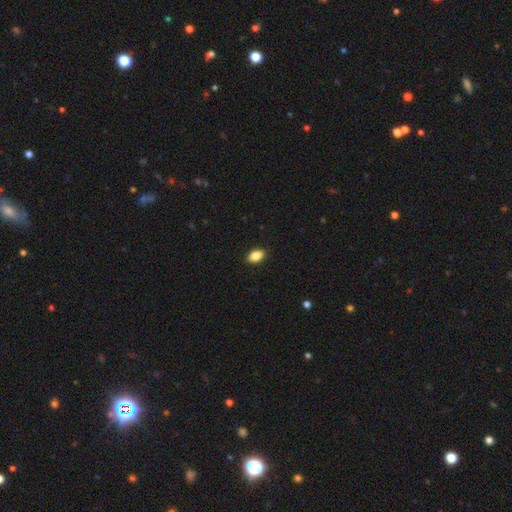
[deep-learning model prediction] Smooth or featured? smooth (87%)
How rounded? in between (89%)
Merging? none (90%)